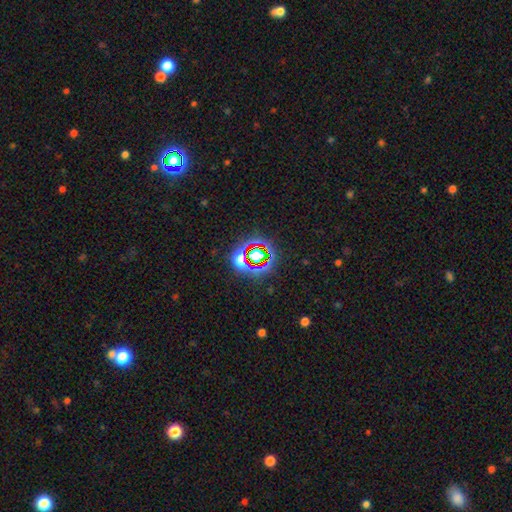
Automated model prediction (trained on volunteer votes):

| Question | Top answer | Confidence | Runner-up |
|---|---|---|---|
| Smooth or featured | star or artifact | 65% | smooth (23%) |